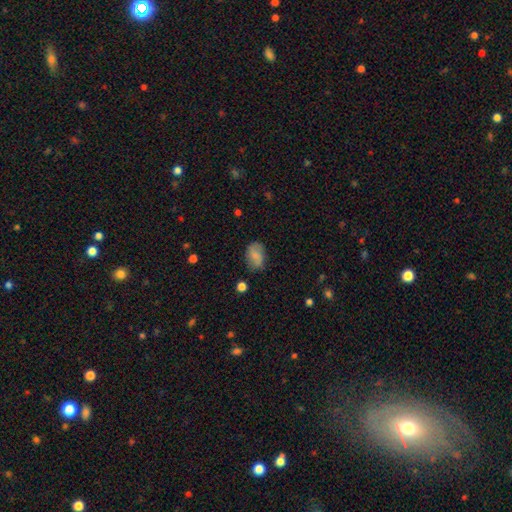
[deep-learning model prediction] A smooth galaxy with no disk features (74%) that is in between round and cigar-shaped (82%). Merging: none (74%).